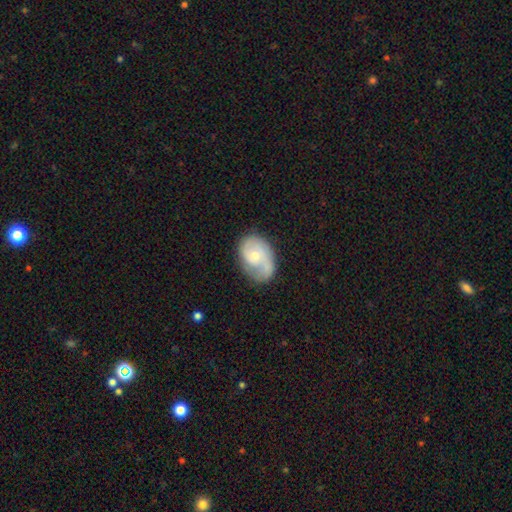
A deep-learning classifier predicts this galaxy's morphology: Smooth or featured: featured or disk — 63% (smooth — 31%)
Edge-on disk: no — 97% (yes — 3%)
Bar: no — 73% (weak — 24%)
Spiral arms: yes — 83% (no — 17%)
Spiral winding: medium — 41% (tight — 34%)
Spiral arm count: 2 — 50% (1 — 25%)
Bulge size: small — 55% (moderate — 40%)
Merging: none — 49% (minor disturbance — 28%)